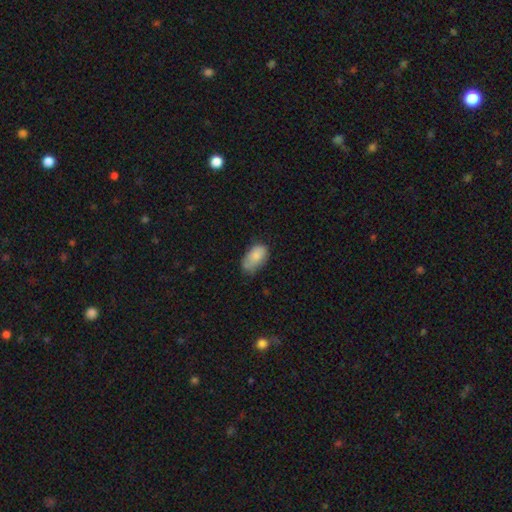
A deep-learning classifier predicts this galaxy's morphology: smooth_or_featured: smooth (p=0.83) [alt: featured or disk p=0.10]
how_rounded: in between (p=0.93) [alt: round p=0.05]
merging: none (p=0.49) [alt: minor disturbance p=0.37]